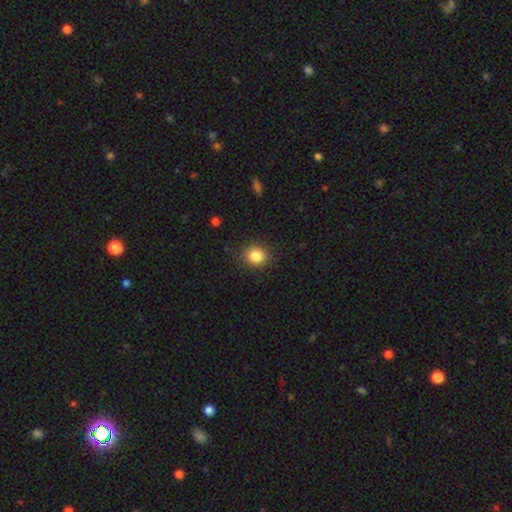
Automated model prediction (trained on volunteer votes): smooth_or_featured: smooth (p=0.85) [alt: star or artifact p=0.11]
how_rounded: round (p=0.83) [alt: in between p=0.16]
merging: none (p=0.89) [alt: minor disturbance p=0.08]